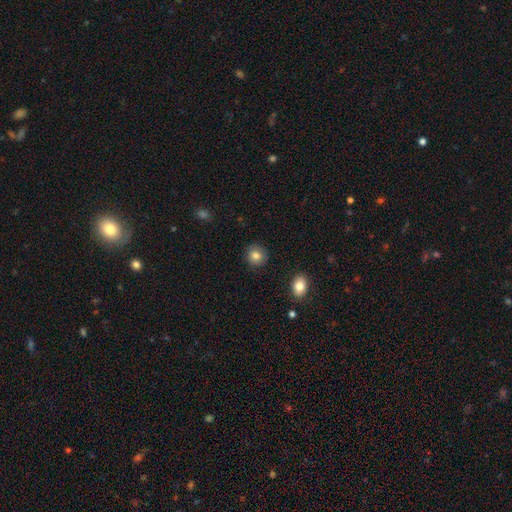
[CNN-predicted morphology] The model was most divided on "smooth or featured": smooth: 83%, star or artifact: 9%, featured or disk: 8%. More confident: merging — none (89%); how rounded — round (87%).